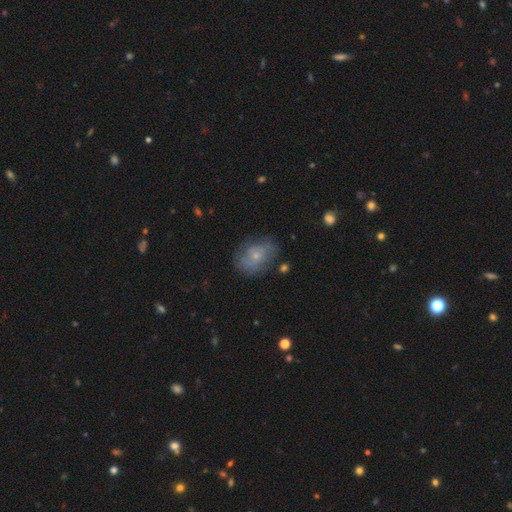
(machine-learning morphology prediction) This is possibly a smooth galaxy (53%). How rounded: likely in between (74%). Merging: likely none (64%).